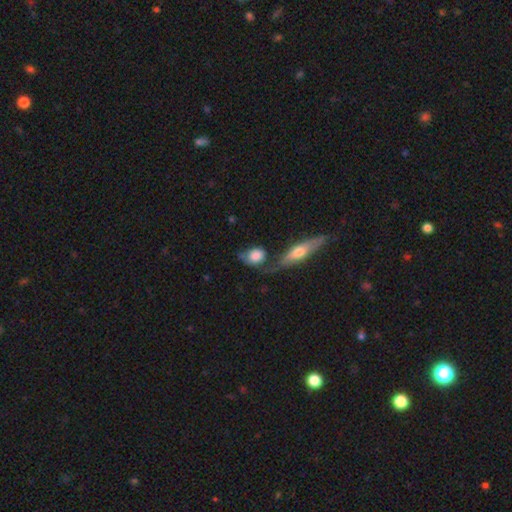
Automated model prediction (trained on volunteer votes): Smooth or featured: smooth — 73% (featured or disk — 20%)
How rounded: in between — 49% (round — 46%)
Merging: none — 37% (merger — 24%)